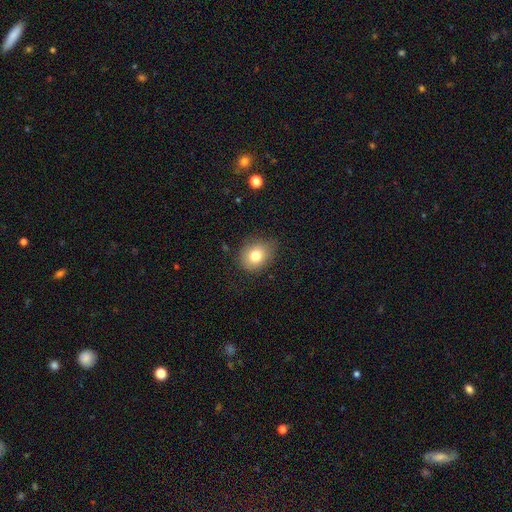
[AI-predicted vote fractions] A smooth galaxy with no disk features (79%) that is round (54%). Merging: none (74%).